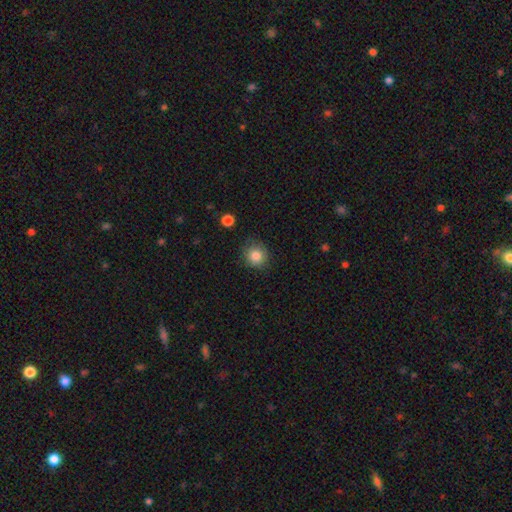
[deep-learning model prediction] Smooth or featured: smooth — 84% (star or artifact — 10%)
How rounded: round — 89% (in between — 10%)
Merging: none — 83% (minor disturbance — 12%)